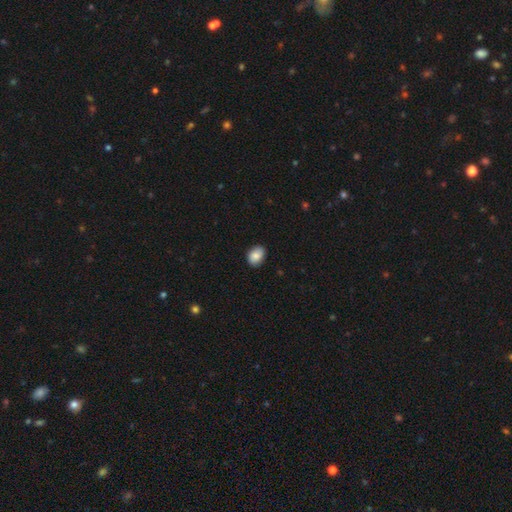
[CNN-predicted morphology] A smooth galaxy with no disk features (86%) that is in between round and cigar-shaped (73%). Merging: none (85%).